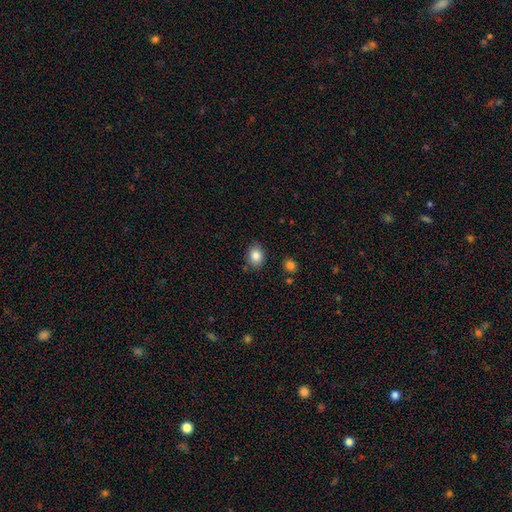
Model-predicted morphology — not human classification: This appears to be a smooth galaxy with no disk features (85%) that is in between round and cigar-shaped (58%). Merging: none (83%).